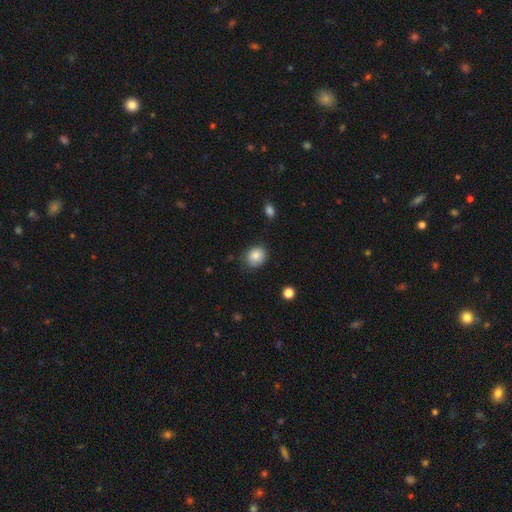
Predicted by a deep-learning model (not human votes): Morphology: type=smooth (85%); roundness=round (63%); merging=none (76%).